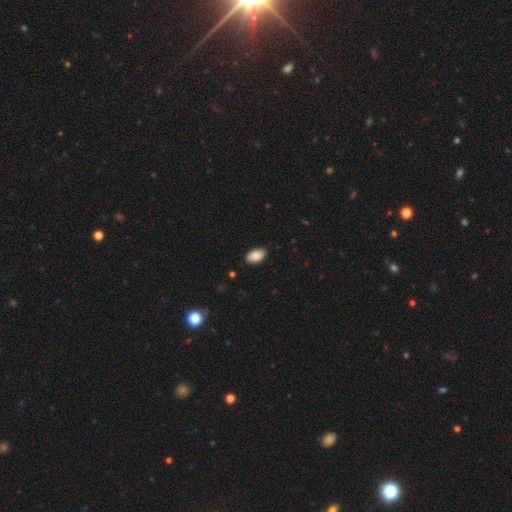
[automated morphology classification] This is clearly a smooth galaxy (86%). How rounded: clearly in between (94%). Merging: clearly none (88%).